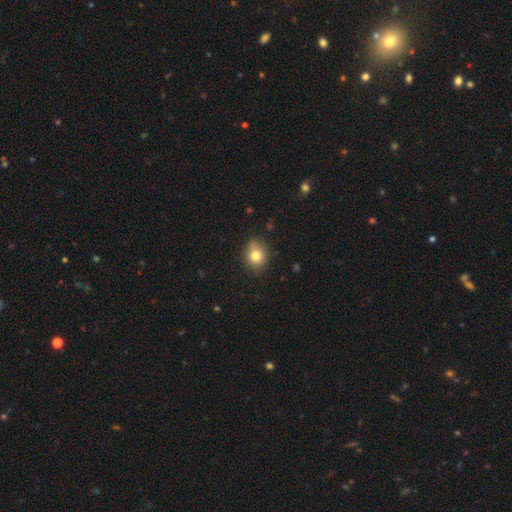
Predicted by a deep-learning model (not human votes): smooth_or_featured: smooth (p=0.80) [alt: star or artifact p=0.11]
how_rounded: round (p=0.65) [alt: in between p=0.35]
merging: none (p=0.78) [alt: minor disturbance p=0.17]